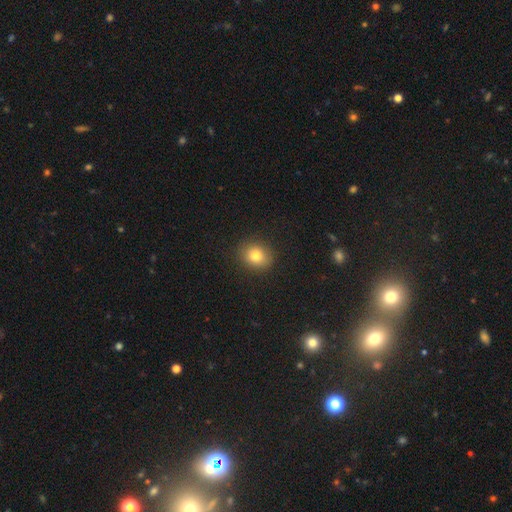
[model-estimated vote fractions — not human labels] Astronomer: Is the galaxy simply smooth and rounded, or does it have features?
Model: smooth — 79%.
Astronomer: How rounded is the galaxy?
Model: round — 73%.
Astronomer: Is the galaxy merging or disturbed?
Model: none — 89%.